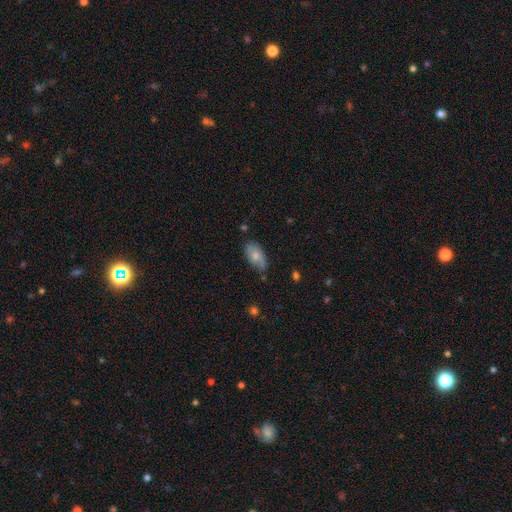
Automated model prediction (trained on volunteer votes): A smooth galaxy with no disk features (68%) that is in between round and cigar-shaped (92%).

Vote fractions:
- Smooth or featured? smooth: 68% / featured or disk: 25% / star or artifact: 7%
- How rounded? in between: 92% / round: 4% / cigar-shaped: 3%
- Merging? none: 54% / minor disturbance: 34% / major disturbance: 8% / merger: 3%